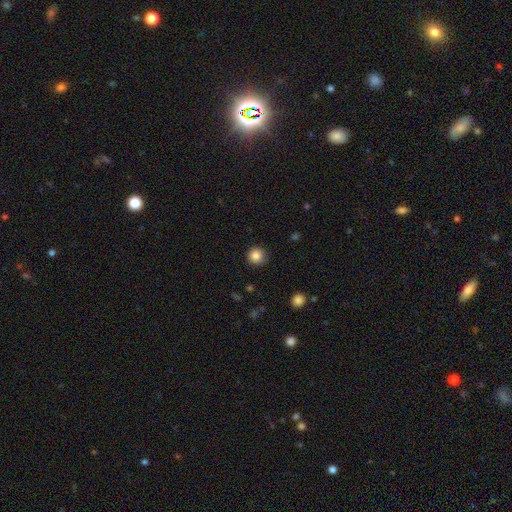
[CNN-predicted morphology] Q: Smooth or featured?
A: smooth (86%); runner-up: star or artifact (11%)
Q: How rounded?
A: round (94%); runner-up: in between (5%)
Q: Merging?
A: none (88%); runner-up: minor disturbance (8%)